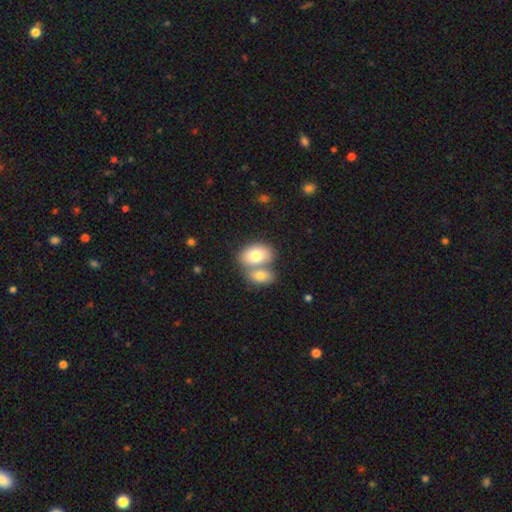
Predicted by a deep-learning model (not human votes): Overall: smooth (76%). How rounded: in between (81%). Merging: merger (56%; none 33%).